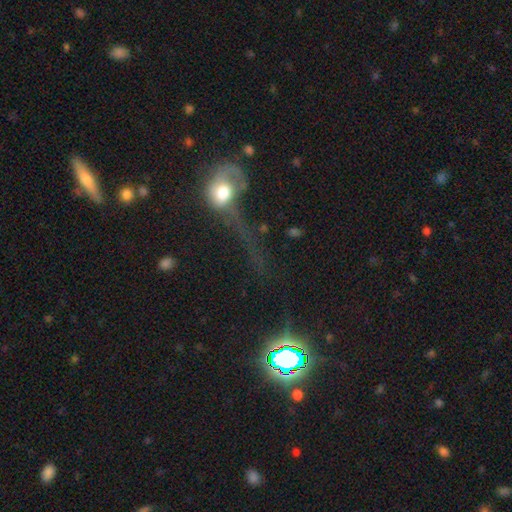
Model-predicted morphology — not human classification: A smooth galaxy with no disk features (39%). Merging: major disturbance (53%).